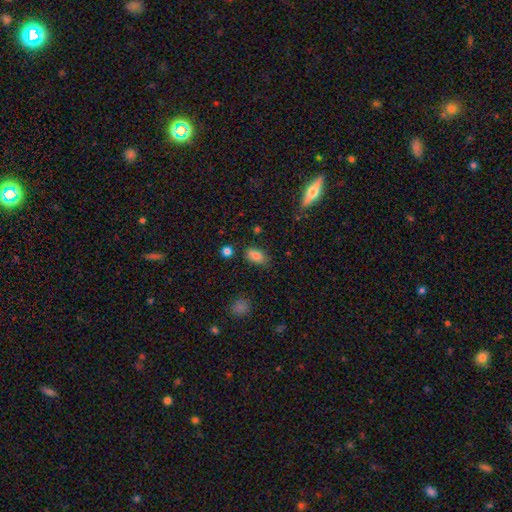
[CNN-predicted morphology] This appears to be a smooth galaxy with no disk features (83%) that is in between round and cigar-shaped (90%). Merging: none (77%).